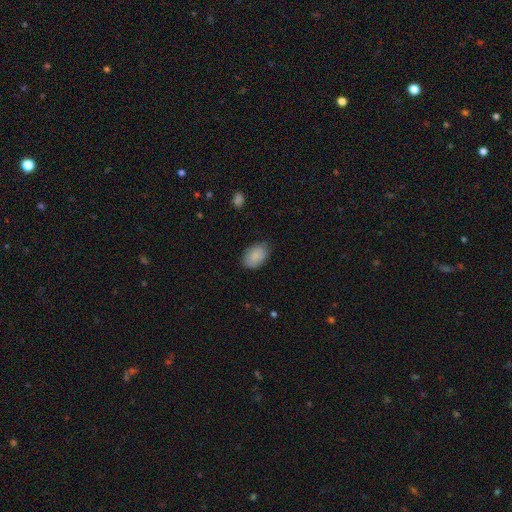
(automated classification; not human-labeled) Morphology: type=smooth (88%); roundness=in between (88%); merging=none (76%).